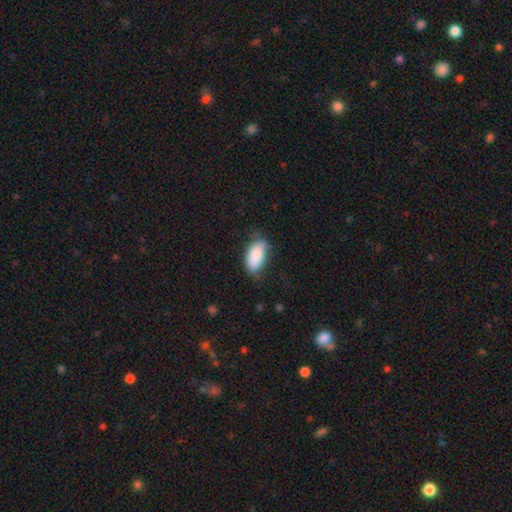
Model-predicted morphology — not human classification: smooth 84%, featured or disk 10%, star or artifact 6%. Down the decision tree: how rounded — in between (93%); merging — none (59%).